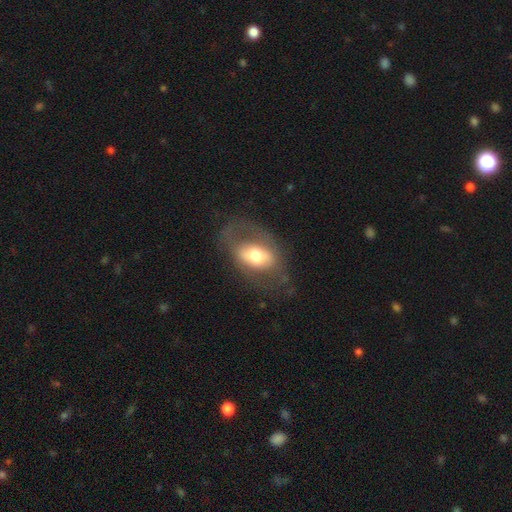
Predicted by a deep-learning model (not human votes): Q: Smooth or featured?
A: featured or disk (47%); runner-up: smooth (46%)
Q: Merging?
A: none (61%); runner-up: major disturbance (19%)